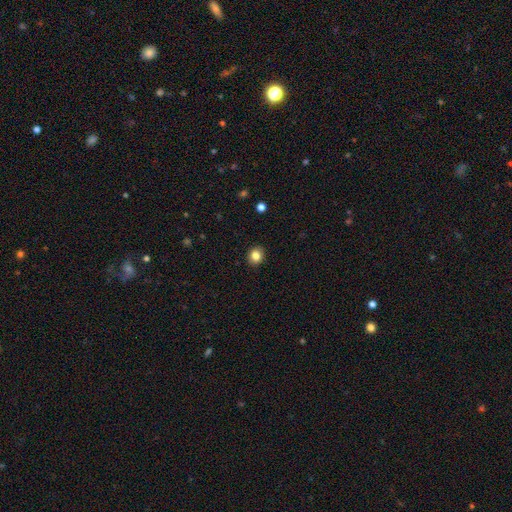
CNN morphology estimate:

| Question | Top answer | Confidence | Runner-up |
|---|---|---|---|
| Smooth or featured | smooth | 83% | star or artifact (10%) |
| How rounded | round | 68% | in between (31%) |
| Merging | none | 91% | minor disturbance (7%) |